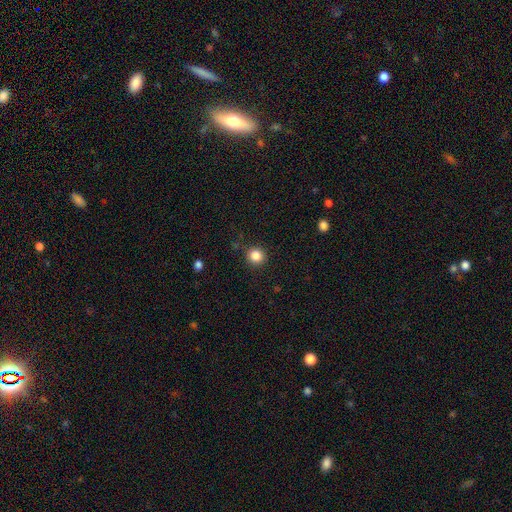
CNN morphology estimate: type=smooth (85%); roundness=round (93%); merging=none (89%).